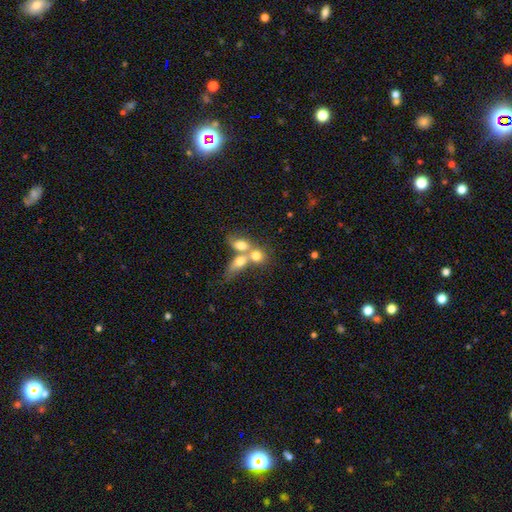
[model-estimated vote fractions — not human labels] smooth 68%, featured or disk 22%, star or artifact 10%. Down the decision tree: how rounded — in between (54%); merging — merger (69%).